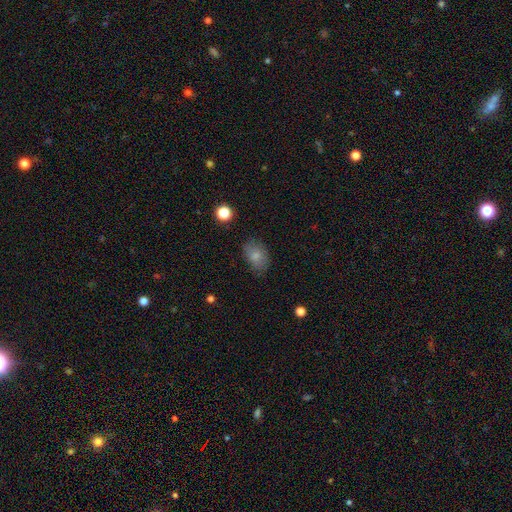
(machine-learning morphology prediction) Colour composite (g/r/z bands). It shows a smooth galaxy with no disk features (81%) that is in between round and cigar-shaped (82%). Merging: none (77%).